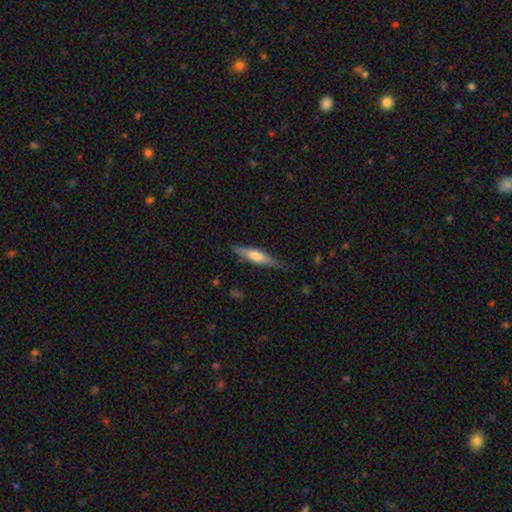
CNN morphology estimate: Smooth or featured: smooth — 52% (featured or disk — 42%)
How rounded: cigar-shaped — 80% (in between — 18%)
Merging: none — 81% (minor disturbance — 15%)